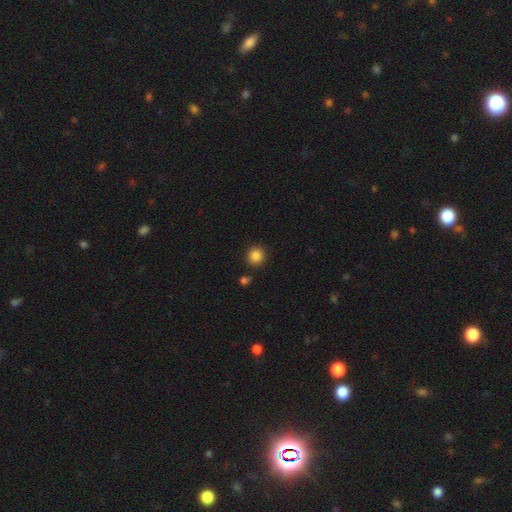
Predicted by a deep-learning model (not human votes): Smooth or featured? Predicted: smooth (p=0.86). How rounded? Predicted: round (p=0.91). Merging? Predicted: none (p=0.87).